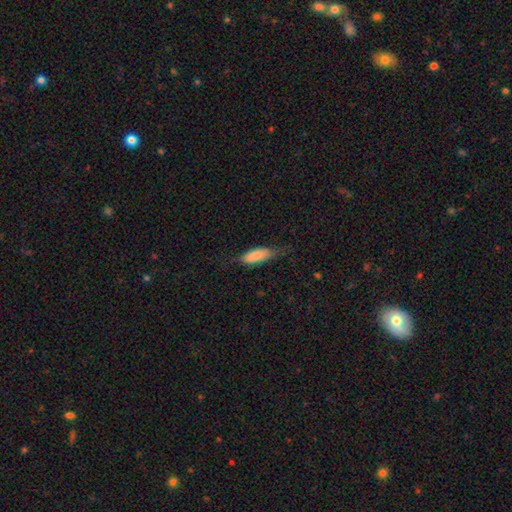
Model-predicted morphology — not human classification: Smooth or featured?
  - smooth: 82% *
  - featured or disk: 12%
  - star or artifact: 6%
How rounded?
  - in between: 67% *
  - cigar-shaped: 31%
  - round: 2%
Merging?
  - none: 58% *
  - minor disturbance: 29%
  - major disturbance: 11%
  - merger: 2%